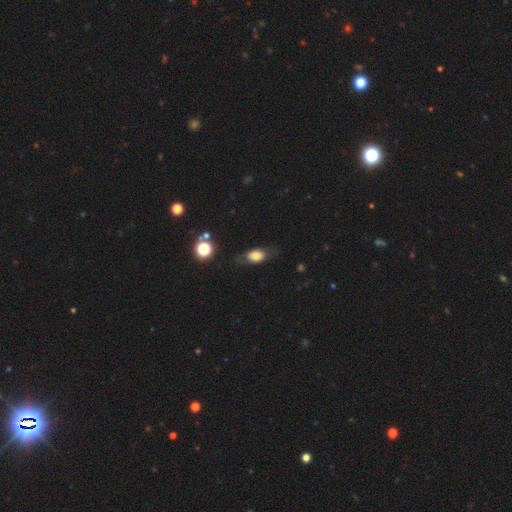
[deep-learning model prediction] smooth-or-featured: smooth: 68% | featured or disk: 22% | star or artifact: 10%
  how-rounded: in between: 78% | round: 15% | cigar-shaped: 7%
  merging: none: 68% | minor disturbance: 20% | major disturbance: 9% | merger: 2%